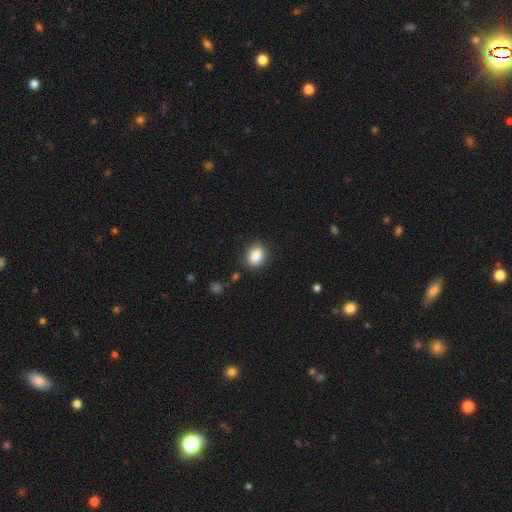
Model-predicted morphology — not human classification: Smooth or featured? smooth (87%)
How rounded? in between (70%)
Merging? none (82%)